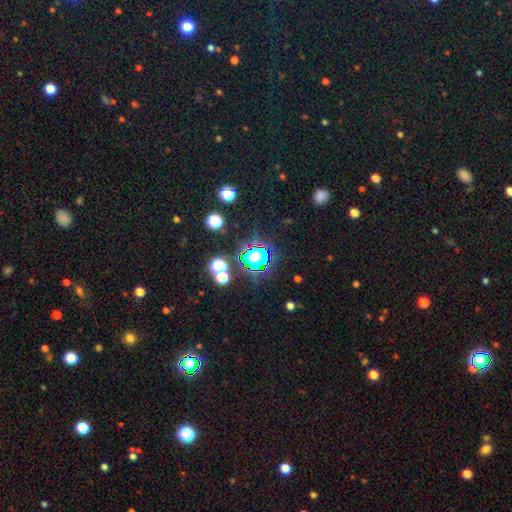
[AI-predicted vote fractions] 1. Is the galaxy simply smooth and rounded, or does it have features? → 59% star or artifact, 30% smooth, 11% featured or disk.